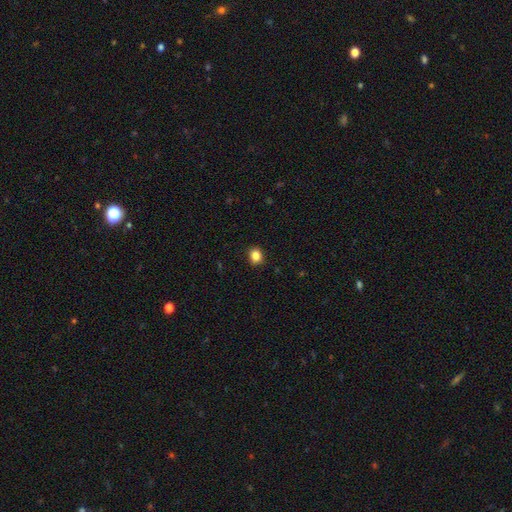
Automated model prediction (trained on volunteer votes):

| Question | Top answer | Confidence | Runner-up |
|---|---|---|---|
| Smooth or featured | smooth | 85% | star or artifact (10%) |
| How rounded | round | 62% | in between (37%) |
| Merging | none | 90% | minor disturbance (7%) |